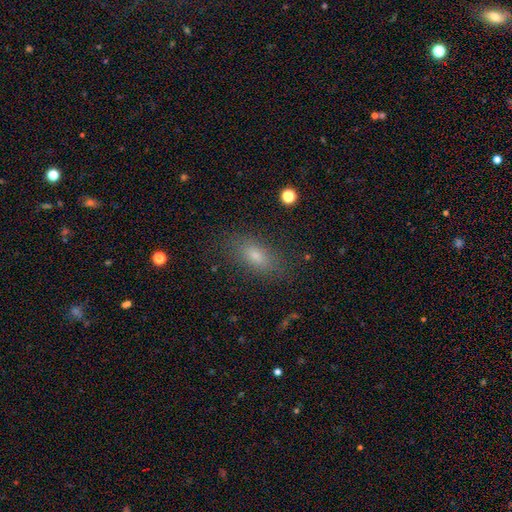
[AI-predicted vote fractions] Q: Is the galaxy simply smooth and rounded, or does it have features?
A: smooth — 75%.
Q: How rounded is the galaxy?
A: in between — 80%.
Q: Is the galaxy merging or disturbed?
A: none — 81%.